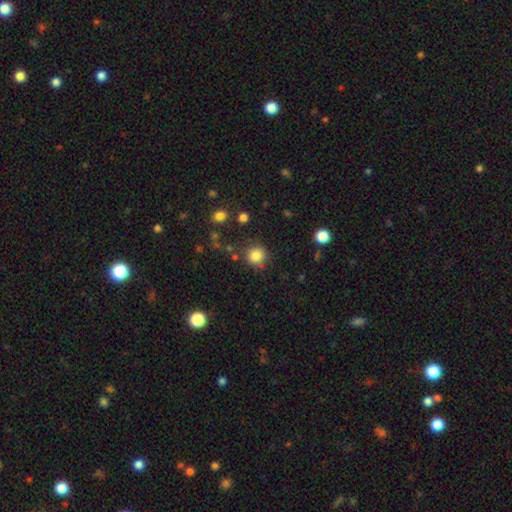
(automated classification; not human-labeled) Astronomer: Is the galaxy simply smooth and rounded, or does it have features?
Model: smooth — 84%.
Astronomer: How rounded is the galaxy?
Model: round — 88%.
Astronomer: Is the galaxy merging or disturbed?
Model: none — 78%.